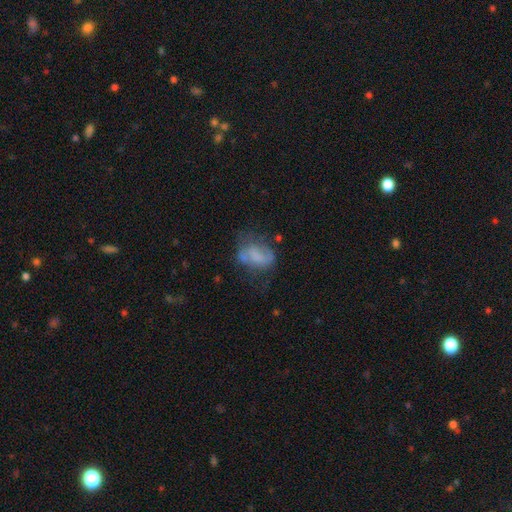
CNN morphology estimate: This appears to be a smooth galaxy with no disk features (51%) that is in between round and cigar-shaped (80%). Merging: none (38%).